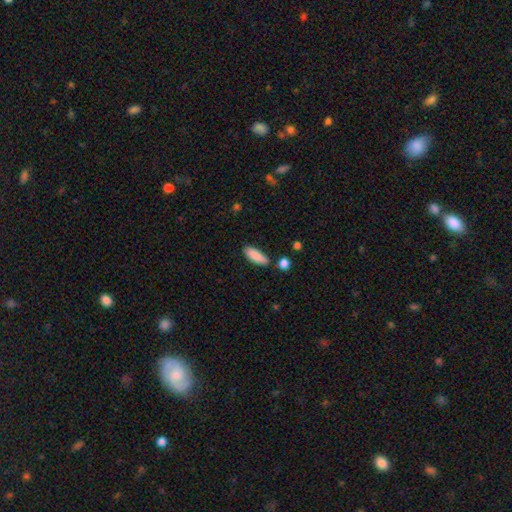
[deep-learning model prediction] smooth_or_featured: smooth (p=0.89) [alt: star or artifact p=0.06]
how_rounded: in between (p=0.62) [alt: cigar-shaped p=0.36]
merging: none (p=0.82) [alt: minor disturbance p=0.12]